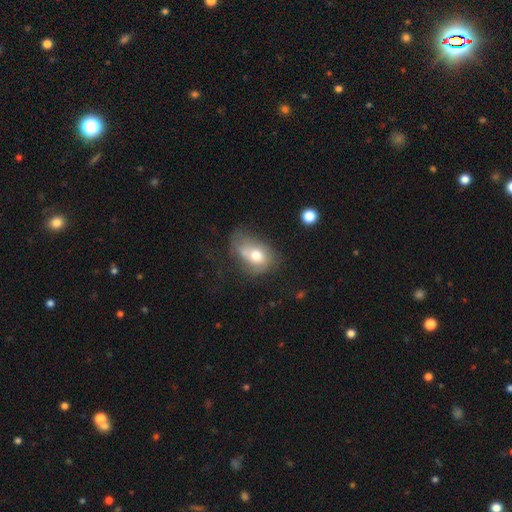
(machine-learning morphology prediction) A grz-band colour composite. It shows a smooth galaxy with no disk features (60%) that is in between round and cigar-shaped (69%). Merging: major disturbance (32%).